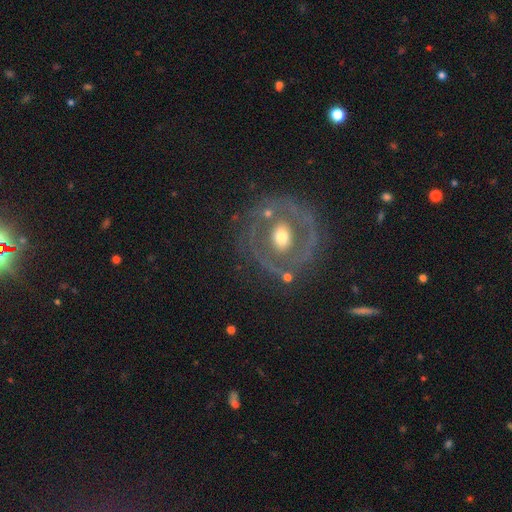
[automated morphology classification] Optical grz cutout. It shows a featured or disk galaxy (73%) with no bar (53%), no spiral arms (56%) and a moderate central bulge (69%). Merging: none (76%).